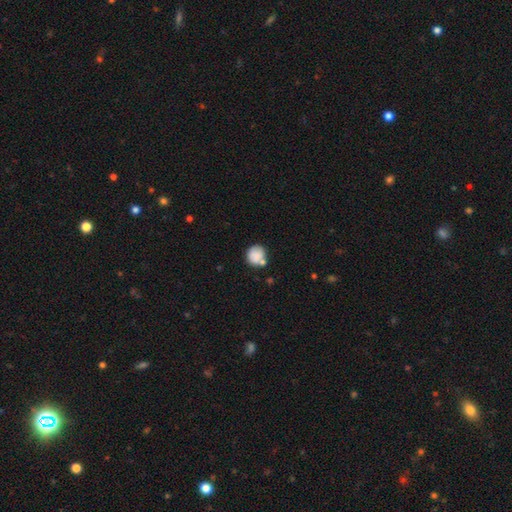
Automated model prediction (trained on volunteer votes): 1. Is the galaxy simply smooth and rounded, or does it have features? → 84% smooth, 8% star or artifact, 8% featured or disk.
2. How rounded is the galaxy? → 86% round, 13% in between, 1% cigar-shaped.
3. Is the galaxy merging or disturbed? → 62% none, 17% merger, 16% minor disturbance, 5% major disturbance.